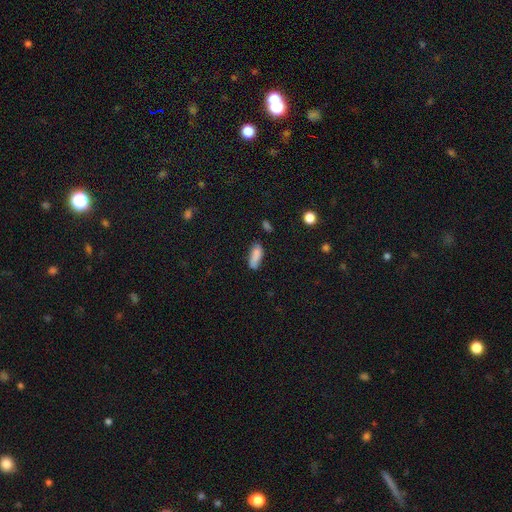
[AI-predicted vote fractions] Q: Smooth or featured?
A: smooth (81%); runner-up: featured or disk (10%)
Q: How rounded?
A: in between (73%); runner-up: cigar-shaped (24%)
Q: Merging?
A: none (56%); runner-up: minor disturbance (28%)